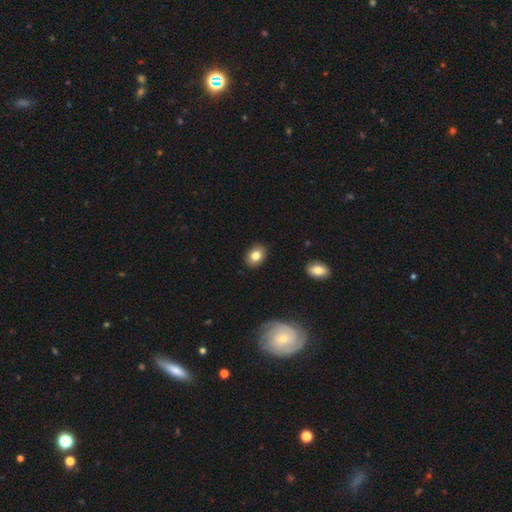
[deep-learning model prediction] This appears to be a smooth galaxy with no disk features (81%) that is in between round and cigar-shaped (64%). Merging: none (89%).